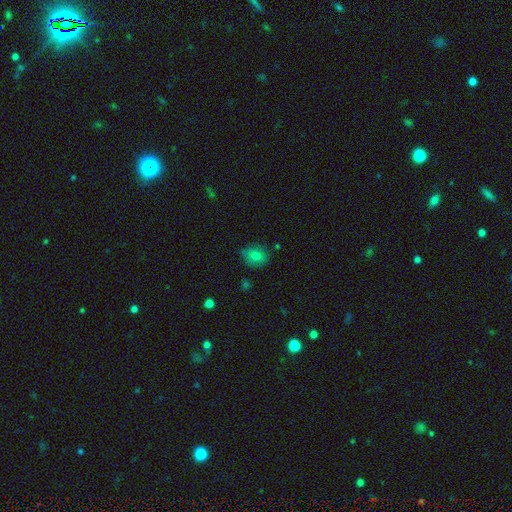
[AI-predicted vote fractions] A smooth galaxy with no disk features (78%) that is round (60%). Merging: none (74%).